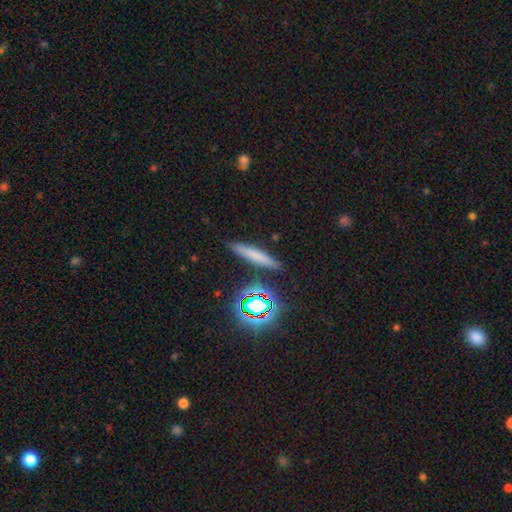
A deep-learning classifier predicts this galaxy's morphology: Overall: smooth (63%). How rounded: cigar-shaped (87%). Merging: none (86%).